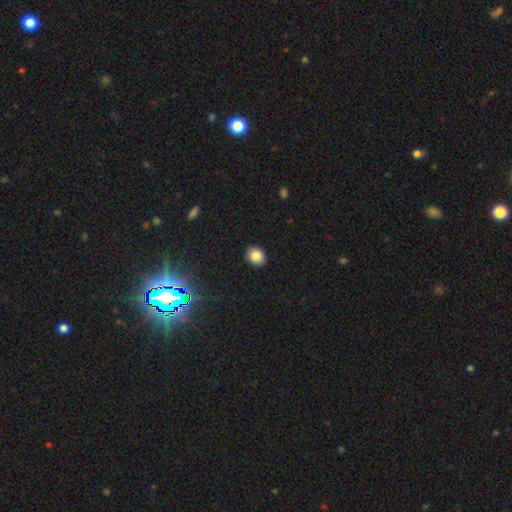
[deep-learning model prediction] A smooth galaxy with no disk features (85%) that is round (52%). Merging: none (90%).